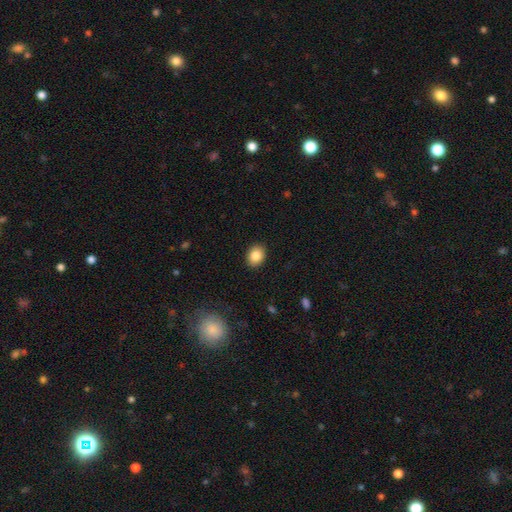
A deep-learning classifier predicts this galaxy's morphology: Smooth or featured?
  - smooth: 86% *
  - star or artifact: 9%
  - featured or disk: 6%
How rounded?
  - in between: 56% *
  - round: 43%
  - cigar-shaped: 1%
Merging?
  - none: 90% *
  - minor disturbance: 7%
  - major disturbance: 2%
  - merger: 1%